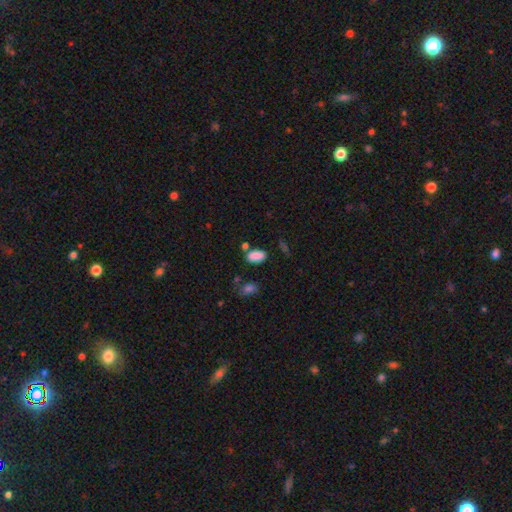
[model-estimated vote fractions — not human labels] Overall: smooth (86%). How rounded: in between (92%). Merging: none (71%).